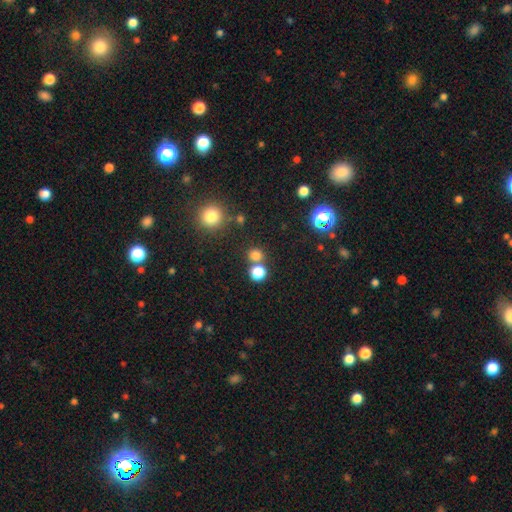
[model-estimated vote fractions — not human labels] Morphology: type=smooth (75%); roundness=round (84%); merging=none (69%).